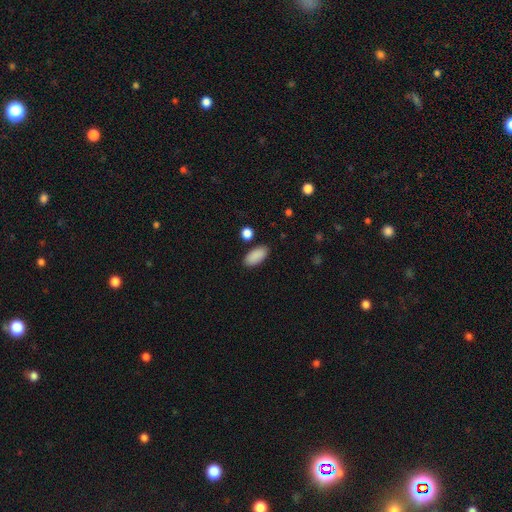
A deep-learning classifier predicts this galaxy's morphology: This appears to be a smooth galaxy with no disk features (90%) that is in between round and cigar-shaped (91%). Merging: none (86%).